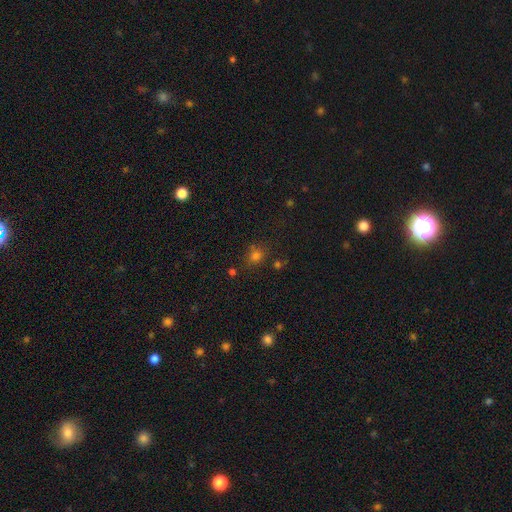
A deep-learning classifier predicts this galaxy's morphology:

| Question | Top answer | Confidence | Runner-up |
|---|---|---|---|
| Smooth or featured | smooth | 69% | star or artifact (24%) |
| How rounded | round | 76% | in between (23%) |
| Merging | none | 73% | minor disturbance (13%) |